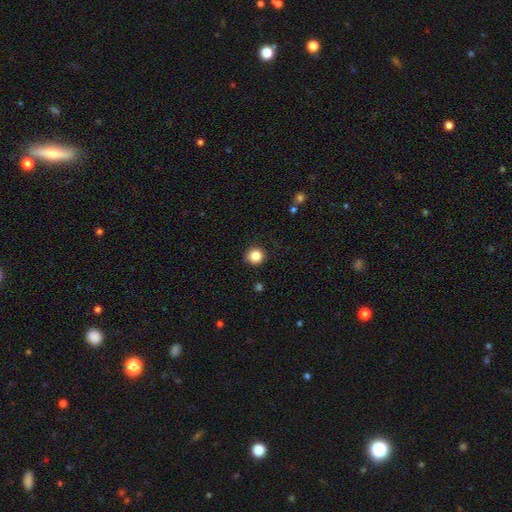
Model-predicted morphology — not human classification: smooth 85%, star or artifact 11%, featured or disk 5%. Down the decision tree: how rounded — round (93%); merging — none (88%).